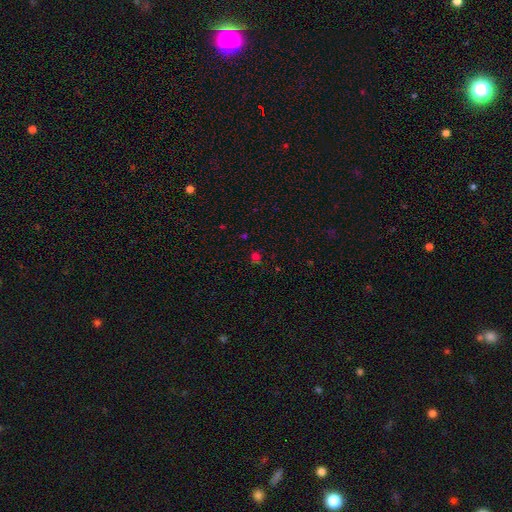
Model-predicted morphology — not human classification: smooth-or-featured: smooth: 56% | star or artifact: 38% | featured or disk: 6%
  how-rounded: round: 80% | in between: 19% | cigar-shaped: 1%
  merging: none: 76% | minor disturbance: 13% | major disturbance: 6% | merger: 5%